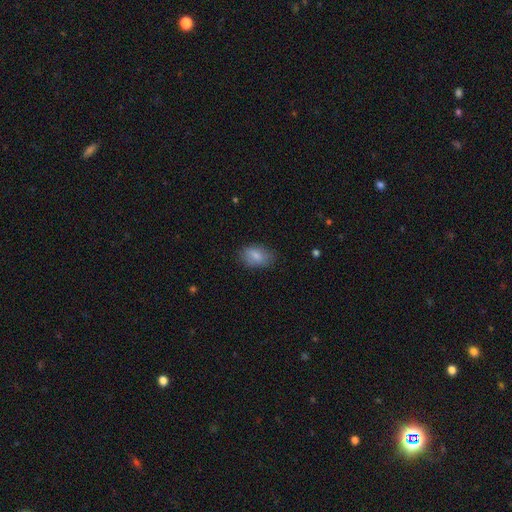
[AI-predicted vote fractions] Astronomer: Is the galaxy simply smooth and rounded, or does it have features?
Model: smooth — 81%.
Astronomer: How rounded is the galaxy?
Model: in between — 89%.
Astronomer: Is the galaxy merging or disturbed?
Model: none — 75%.